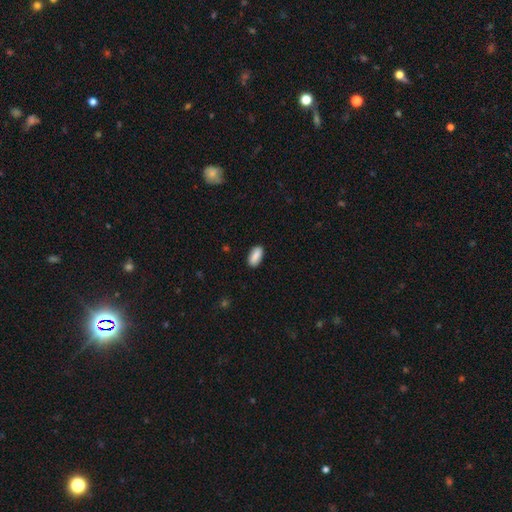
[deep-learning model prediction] Overall: smooth (89%). How rounded: in between (89%). Merging: none (88%).